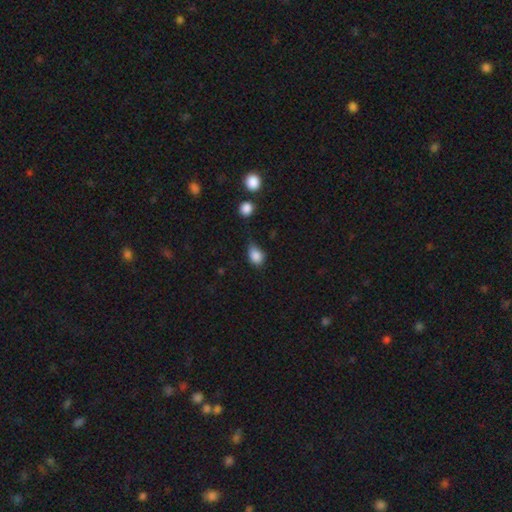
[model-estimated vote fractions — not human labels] This is clearly a smooth galaxy (85%). How rounded: likely in between (67%). Merging: possibly none (47%).